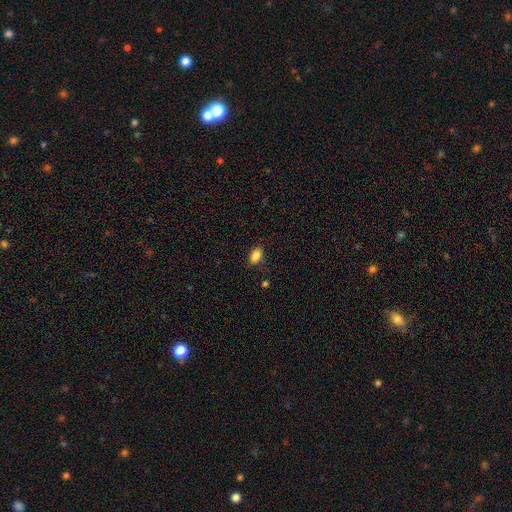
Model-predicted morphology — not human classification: Smooth or featured?
  - smooth: 86% *
  - star or artifact: 10%
  - featured or disk: 4%
How rounded?
  - in between: 86% *
  - round: 12%
  - cigar-shaped: 2%
Merging?
  - none: 78% *
  - minor disturbance: 16%
  - major disturbance: 4%
  - merger: 2%